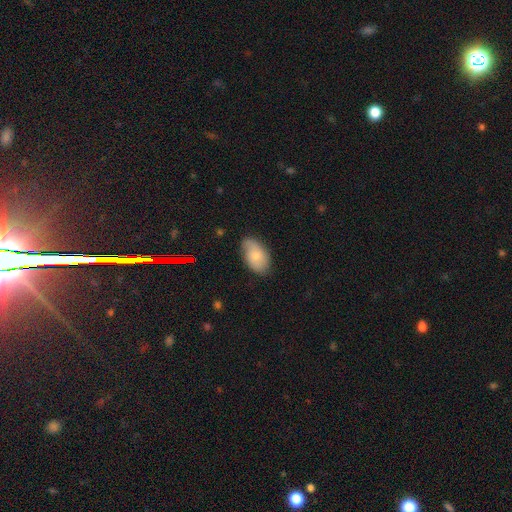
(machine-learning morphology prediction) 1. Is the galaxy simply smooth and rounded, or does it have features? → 71% smooth, 22% featured or disk, 7% star or artifact.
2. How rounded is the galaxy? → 93% in between, 5% round, 1% cigar-shaped.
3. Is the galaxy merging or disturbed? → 75% none, 20% minor disturbance, 4% major disturbance, 1% merger.